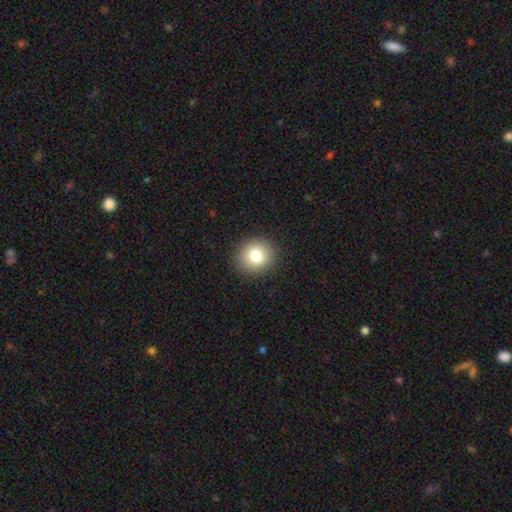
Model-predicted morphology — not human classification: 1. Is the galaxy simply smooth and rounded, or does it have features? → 81% smooth, 10% star or artifact, 9% featured or disk.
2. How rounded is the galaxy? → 88% round, 11% in between, 1% cigar-shaped.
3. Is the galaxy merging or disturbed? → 91% none, 6% minor disturbance, 2% major disturbance, 1% merger.